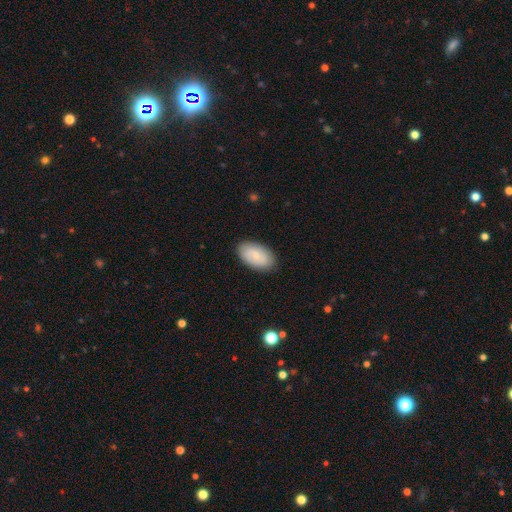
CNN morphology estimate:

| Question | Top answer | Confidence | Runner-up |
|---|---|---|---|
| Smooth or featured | smooth | 77% | featured or disk (17%) |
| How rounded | in between | 95% | round (4%) |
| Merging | none | 87% | minor disturbance (10%) |